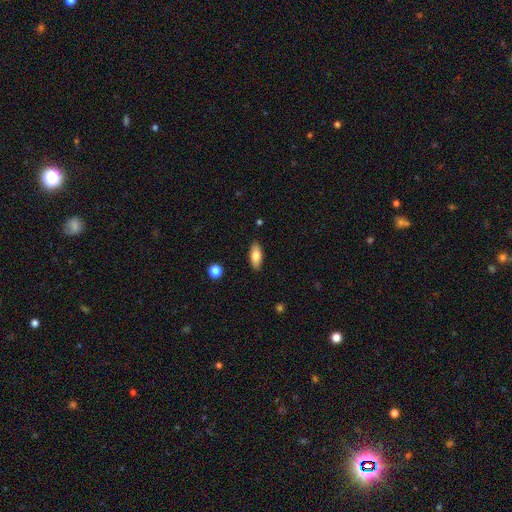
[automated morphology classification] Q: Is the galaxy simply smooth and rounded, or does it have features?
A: smooth — 81%.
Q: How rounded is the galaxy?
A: in between — 82%.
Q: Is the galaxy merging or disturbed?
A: none — 88%.